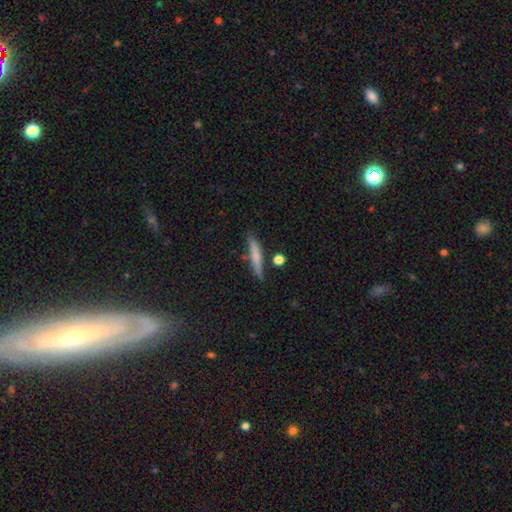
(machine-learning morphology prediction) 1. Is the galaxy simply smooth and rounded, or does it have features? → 70% smooth, 23% featured or disk, 7% star or artifact.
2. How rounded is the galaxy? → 91% cigar-shaped, 7% in between, 2% round.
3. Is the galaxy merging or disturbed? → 79% none, 13% minor disturbance, 6% merger, 3% major disturbance.